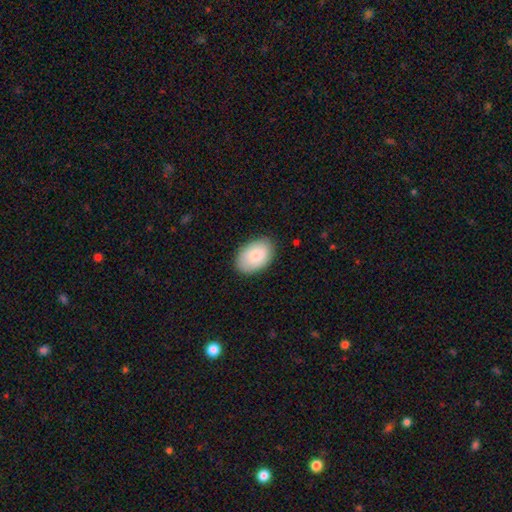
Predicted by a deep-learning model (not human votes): smooth_or_featured: smooth (p=0.81) [alt: featured or disk p=0.13]
how_rounded: in between (p=0.89) [alt: round p=0.10]
merging: none (p=0.84) [alt: minor disturbance p=0.12]